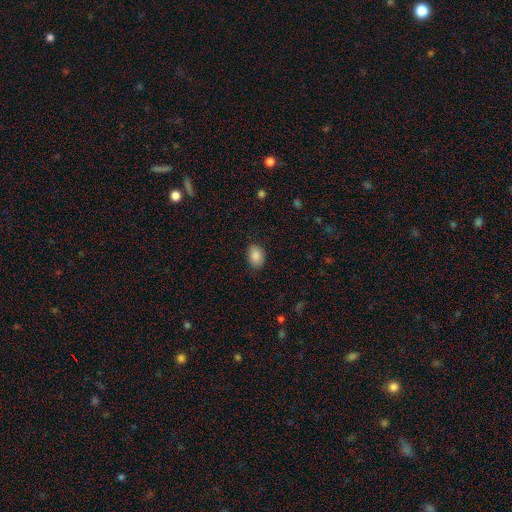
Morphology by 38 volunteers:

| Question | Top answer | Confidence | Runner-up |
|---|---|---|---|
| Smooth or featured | smooth | 82% | star or artifact (11%) |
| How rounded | in between | 71% | round (29%) |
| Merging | none | 71% | minor disturbance (24%) |